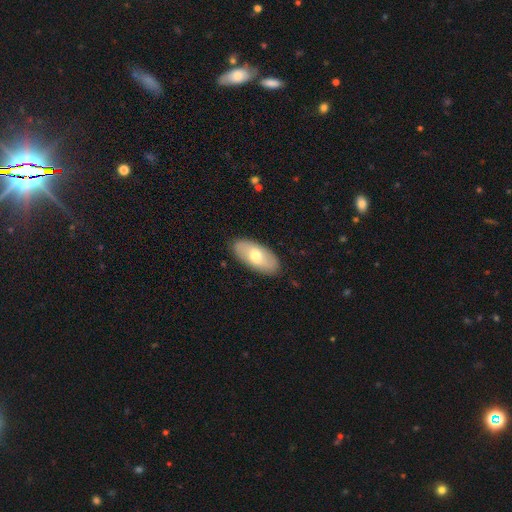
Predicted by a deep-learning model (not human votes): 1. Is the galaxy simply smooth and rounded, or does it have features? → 62% smooth, 33% featured or disk, 5% star or artifact.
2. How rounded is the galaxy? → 92% in between, 6% cigar-shaped, 3% round.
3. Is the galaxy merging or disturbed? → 88% none, 9% minor disturbance, 2% major disturbance, 1% merger.